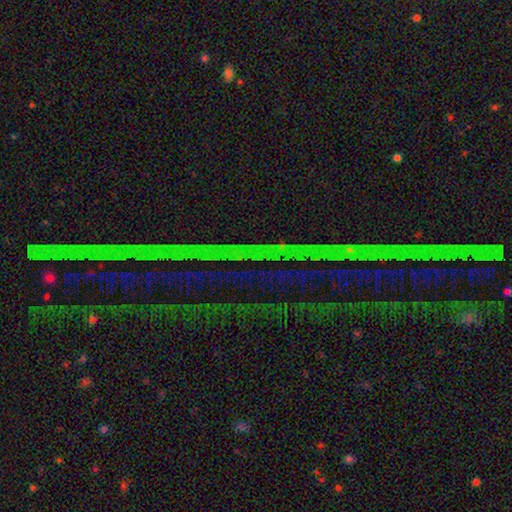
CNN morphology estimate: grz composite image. It shows a star or artifact, not a galaxy (78%).